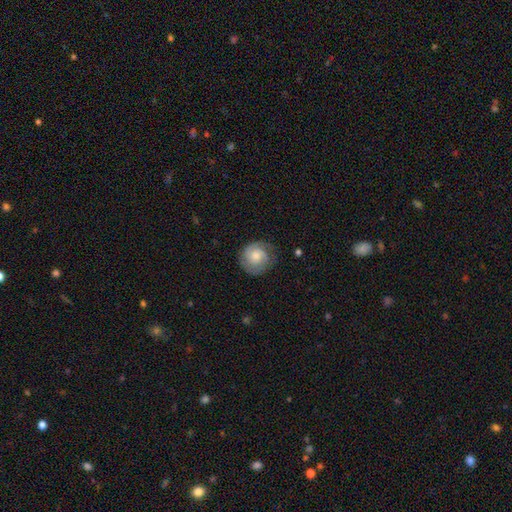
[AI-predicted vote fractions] Morphology: type=featured or disk (65%); edge-on=no (98%); bar=no (69%); spiral arms=yes (93%); winding=tight (61%); arm count=2 (71%); bulge=moderate (47%); merging=none (79%).